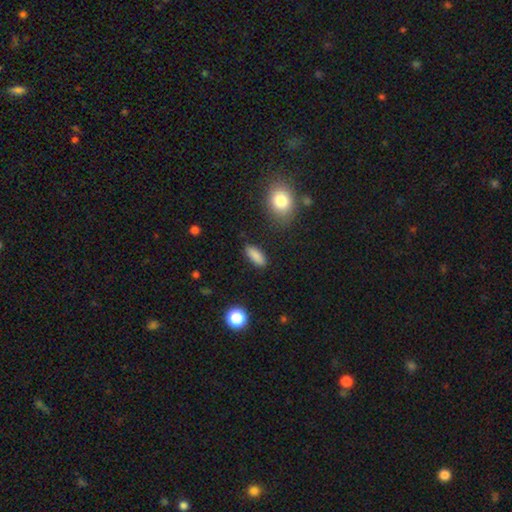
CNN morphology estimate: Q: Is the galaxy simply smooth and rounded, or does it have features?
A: smooth — 87%.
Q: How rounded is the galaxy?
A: in between — 76%.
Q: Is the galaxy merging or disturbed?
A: none — 86%.